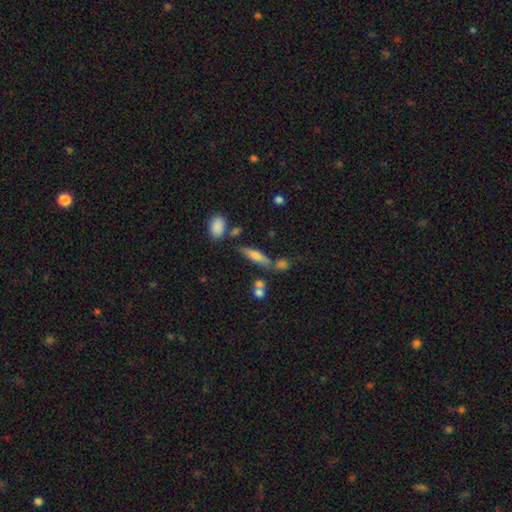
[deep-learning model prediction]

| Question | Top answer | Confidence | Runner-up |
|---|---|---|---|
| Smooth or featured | smooth | 55% | featured or disk (36%) |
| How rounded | cigar-shaped | 66% | in between (30%) |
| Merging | none | 67% | merger (15%) |